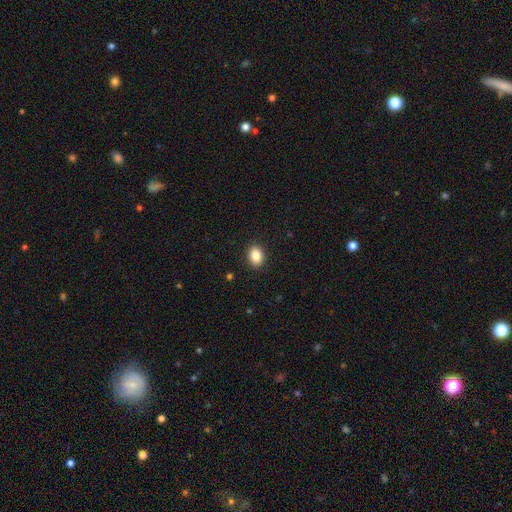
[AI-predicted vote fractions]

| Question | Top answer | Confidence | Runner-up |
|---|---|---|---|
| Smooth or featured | smooth | 87% | star or artifact (9%) |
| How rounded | in between | 73% | round (26%) |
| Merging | none | 90% | minor disturbance (7%) |